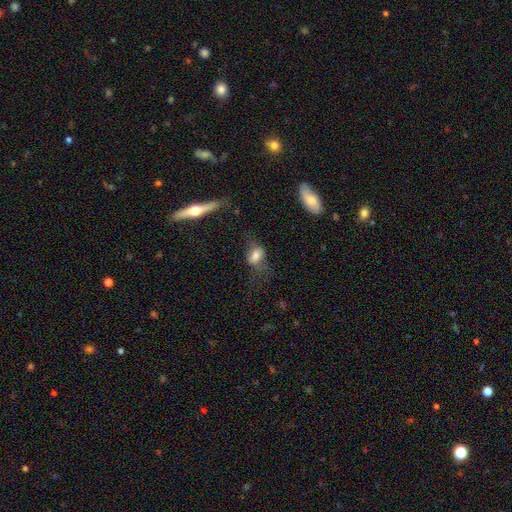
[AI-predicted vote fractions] smooth-or-featured: smooth: 64% | featured or disk: 25% | star or artifact: 11%
  how-rounded: in between: 80% | round: 14% | cigar-shaped: 6%
  merging: none: 47% | major disturbance: 25% | minor disturbance: 24% | merger: 4%